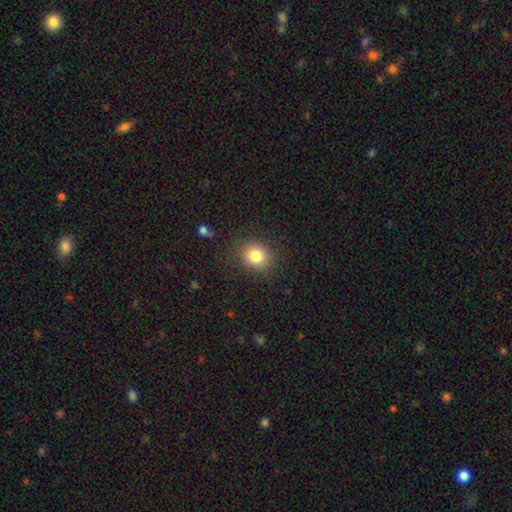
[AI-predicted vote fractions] Smooth or featured: smooth — 82% (star or artifact — 11%)
How rounded: round — 74% (in between — 25%)
Merging: none — 85% (minor disturbance — 10%)